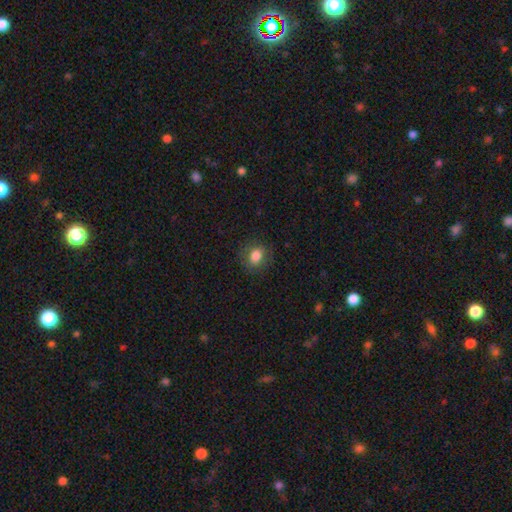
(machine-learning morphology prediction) Smooth or featured?
  - smooth: 80% *
  - featured or disk: 11%
  - star or artifact: 9%
How rounded?
  - in between: 50% *
  - round: 49%
  - cigar-shaped: 1%
Merging?
  - none: 82% *
  - minor disturbance: 12%
  - major disturbance: 5%
  - merger: 1%